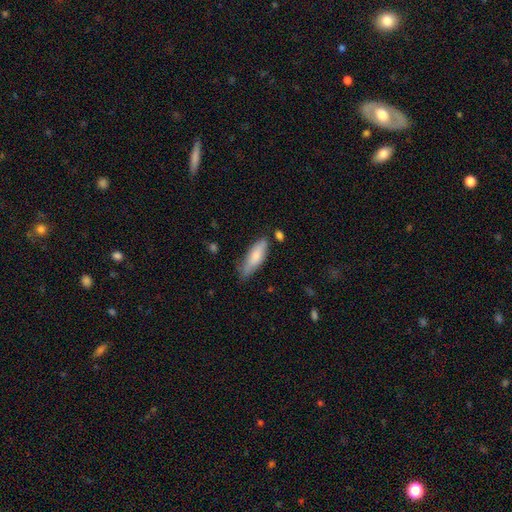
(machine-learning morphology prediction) Overall: smooth (76%). How rounded: in between (58%; cigar-shaped 40%). Merging: none (58%; minor disturbance 30%).